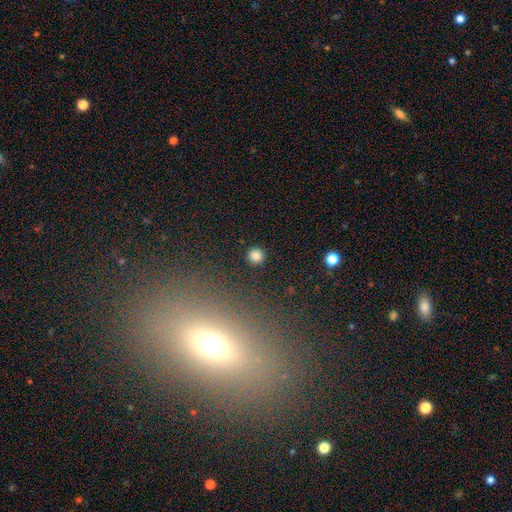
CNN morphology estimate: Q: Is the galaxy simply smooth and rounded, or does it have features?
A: smooth — 83%.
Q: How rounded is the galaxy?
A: round — 96%.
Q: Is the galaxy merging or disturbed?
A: none — 91%.